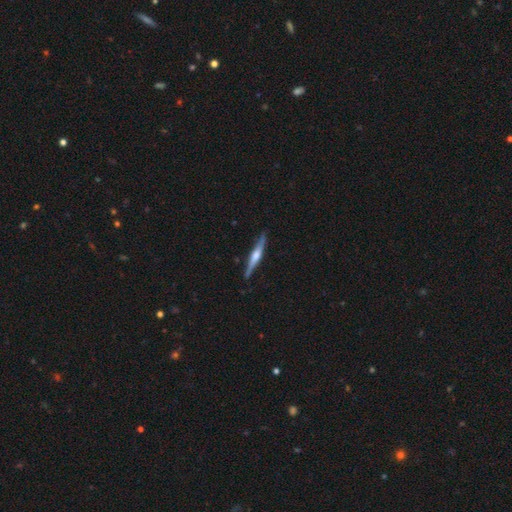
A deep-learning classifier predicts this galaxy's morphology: This appears to be a featured or disk galaxy (70%) viewed edge-on (97%) with a rounded central bulge (77%). Merging: none (87%).